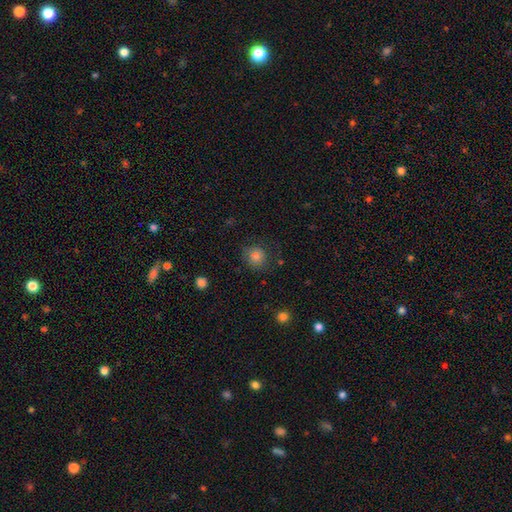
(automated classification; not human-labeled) smooth_or_featured: smooth (p=0.80) [alt: star or artifact p=0.12]
how_rounded: round (p=0.86) [alt: in between p=0.13]
merging: none (p=0.76) [alt: minor disturbance p=0.15]